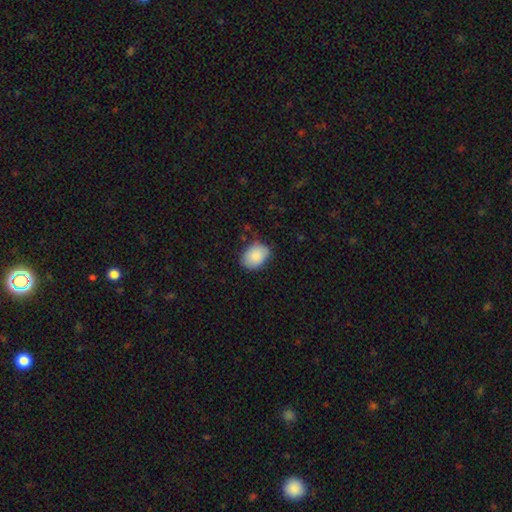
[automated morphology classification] Overall: smooth (87%). How rounded: in between (74%). Merging: none (77%).